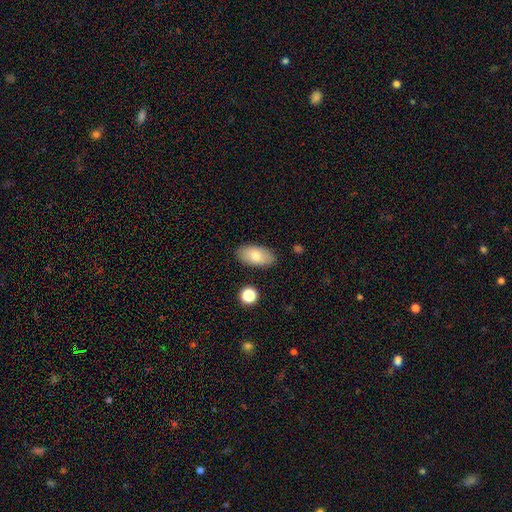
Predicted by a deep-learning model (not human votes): Q: Smooth or featured?
A: smooth (78%); runner-up: featured or disk (16%)
Q: How rounded?
A: in between (93%); runner-up: round (4%)
Q: Merging?
A: none (86%); runner-up: minor disturbance (10%)